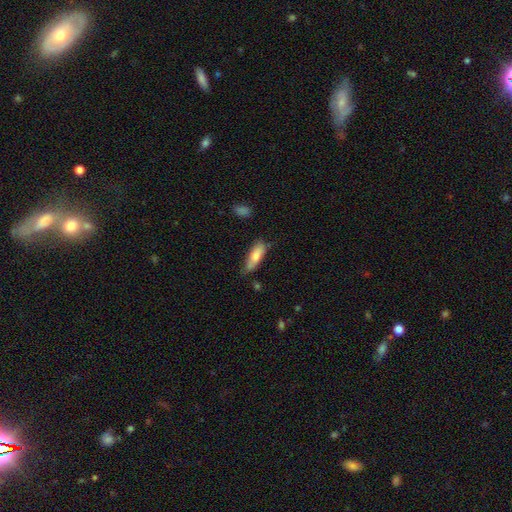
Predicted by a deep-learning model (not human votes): This is likely a smooth galaxy (75%). How rounded: possibly in between (56%). Merging: likely none (62%).